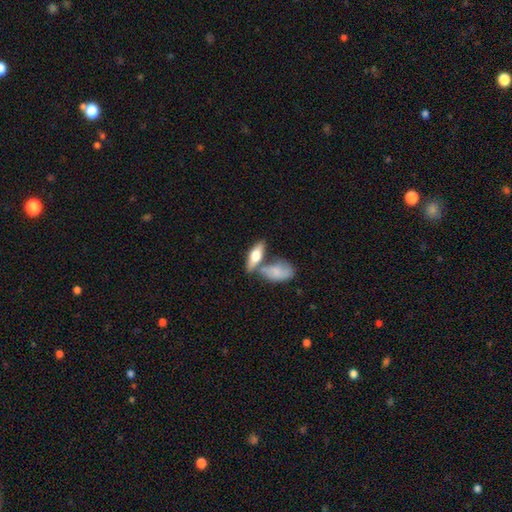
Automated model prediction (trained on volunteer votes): The model was most divided on "merging": none: 50%, merger: 34%, minor disturbance: 12%, major disturbance: 5%. More confident: how rounded — in between (68%); smooth or featured — smooth (58%).